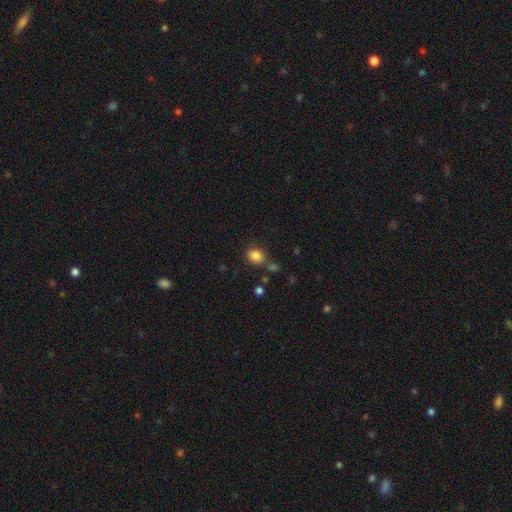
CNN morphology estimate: smooth-or-featured: smooth: 84% | star or artifact: 11% | featured or disk: 6%
  how-rounded: round: 52% | in between: 47% | cigar-shaped: 1%
  merging: none: 71% | minor disturbance: 14% | merger: 10% | major disturbance: 5%